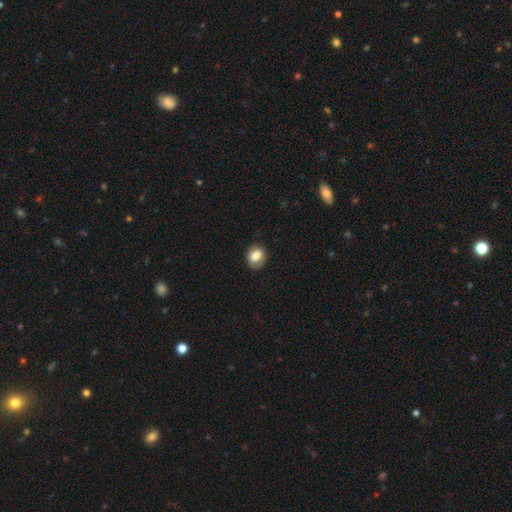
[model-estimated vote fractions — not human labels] A smooth galaxy with no disk features (79%) that is round (50%).

Vote fractions:
- Smooth or featured? smooth: 79% / featured or disk: 12% / star or artifact: 8%
- How rounded? round: 50% / in between: 49% / cigar-shaped: 1%
- Merging? none: 76% / minor disturbance: 18% / major disturbance: 5% / merger: 1%